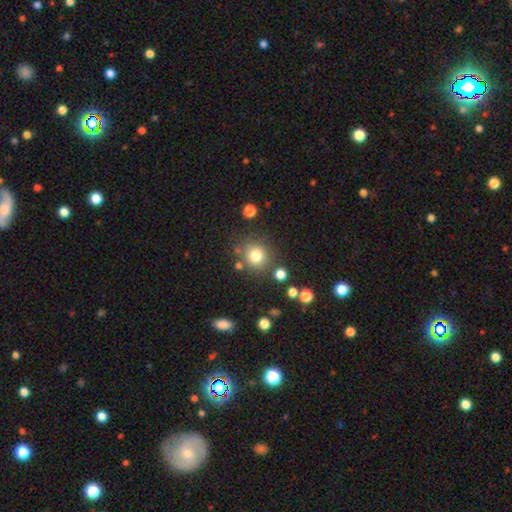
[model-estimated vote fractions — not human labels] The model was most divided on "smooth or featured": smooth: 79%, star or artifact: 13%, featured or disk: 8%. More confident: how rounded — round (90%); merging — none (79%).